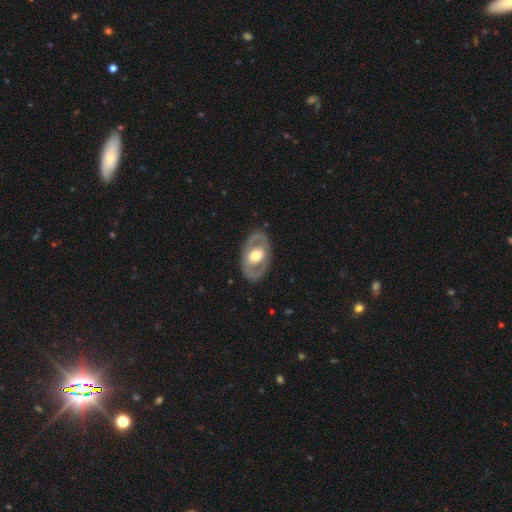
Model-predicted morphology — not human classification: This appears to be a featured or disk galaxy (66%) with no bar (61%), no spiral arms (66%) and a moderate central bulge (63%). Merging: none (83%).